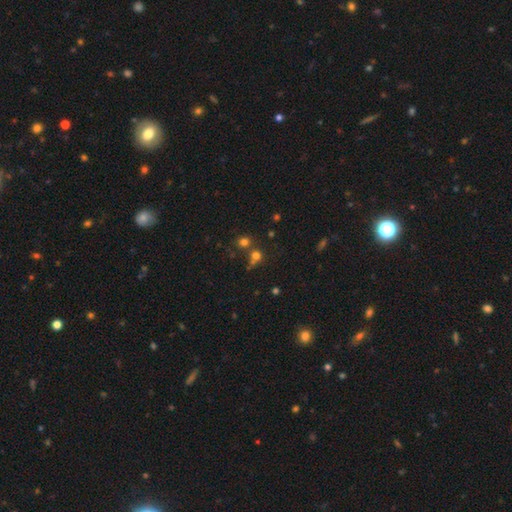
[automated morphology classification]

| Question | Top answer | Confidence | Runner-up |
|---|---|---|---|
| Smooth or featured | smooth | 66% | star or artifact (24%) |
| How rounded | round | 86% | in between (13%) |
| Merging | none | 52% | merger (34%) |